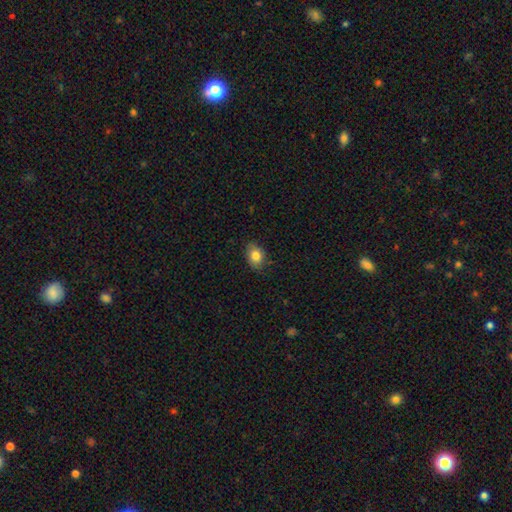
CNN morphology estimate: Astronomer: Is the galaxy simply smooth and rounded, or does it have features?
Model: smooth — 83%.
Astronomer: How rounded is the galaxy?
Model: in between — 71%.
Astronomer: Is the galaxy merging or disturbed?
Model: none — 83%.